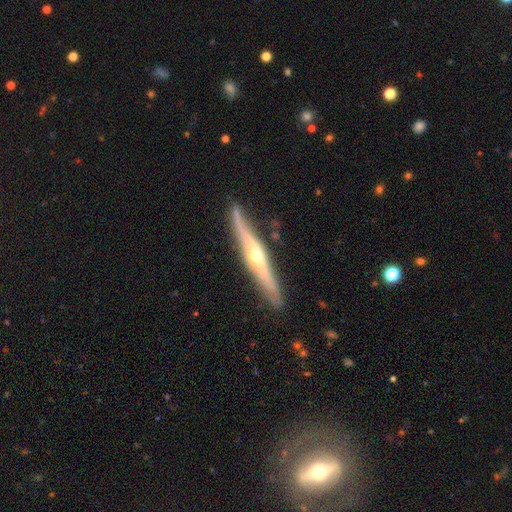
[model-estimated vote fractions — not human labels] Q: Smooth or featured?
A: featured or disk (76%); runner-up: smooth (19%)
Q: Edge-on disk?
A: yes (91%); runner-up: no (9%)
Q: Edge-on bulge?
A: rounded (85%); runner-up: none (11%)
Q: Merging?
A: none (80%); runner-up: minor disturbance (15%)